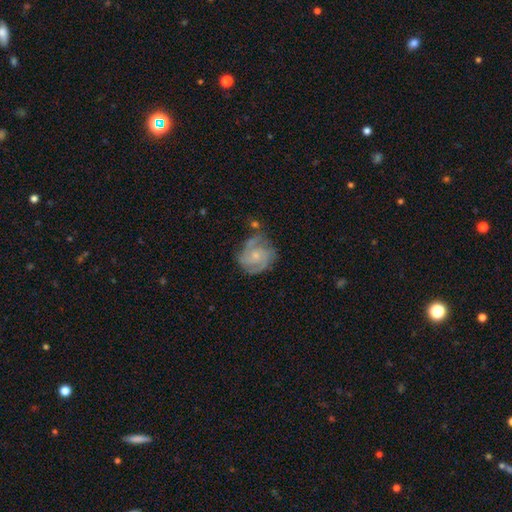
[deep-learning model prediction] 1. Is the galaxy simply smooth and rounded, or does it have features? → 79% featured or disk, 15% smooth, 6% star or artifact.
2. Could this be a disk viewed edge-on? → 98% no, 2% yes.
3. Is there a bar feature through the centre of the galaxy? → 71% no, 25% weak, 4% strong.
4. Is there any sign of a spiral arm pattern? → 94% yes, 6% no.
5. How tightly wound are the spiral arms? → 50% tight, 40% medium, 10% loose.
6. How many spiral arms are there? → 41% 3, 27% 2, 15% can't tell, 8% 4, 4% 1, 4% more than 4.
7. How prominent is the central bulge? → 60% small, 33% moderate, 4% none, 2% large, 1% dominant.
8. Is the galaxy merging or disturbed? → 61% none, 24% minor disturbance, 10% major disturbance, 6% merger.